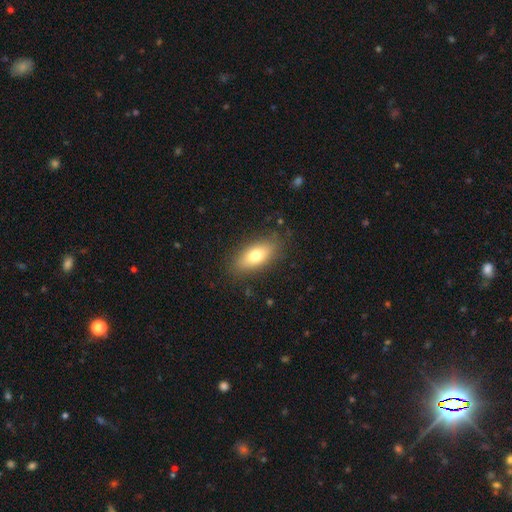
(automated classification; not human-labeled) Smooth or featured: smooth — 73% (featured or disk — 19%)
How rounded: in between — 82% (cigar-shaped — 13%)
Merging: none — 84% (minor disturbance — 11%)